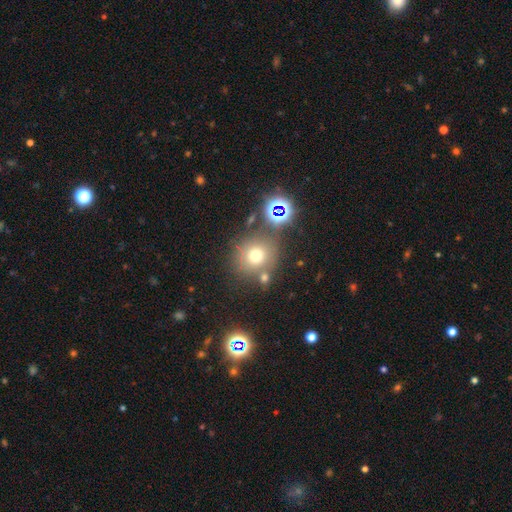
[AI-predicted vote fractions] Smooth or featured: smooth — 67% (star or artifact — 20%)
How rounded: round — 88% (in between — 11%)
Merging: none — 69% (merger — 15%)